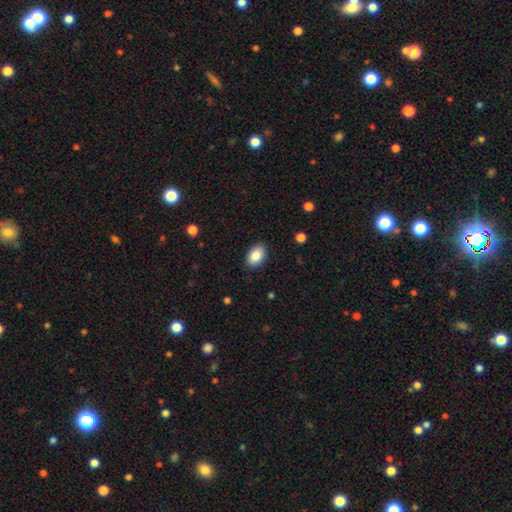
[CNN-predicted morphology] A smooth galaxy with no disk features (87%) that is in between round and cigar-shaped (87%). Merging: none (88%).